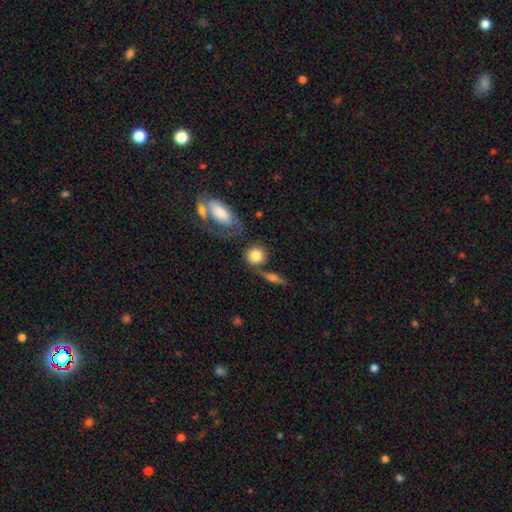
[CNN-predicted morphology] smooth_or_featured: smooth (p=0.79) [alt: featured or disk p=0.14]
how_rounded: round (p=0.83) [alt: in between p=0.15]
merging: none (p=0.56) [alt: merger p=0.20]